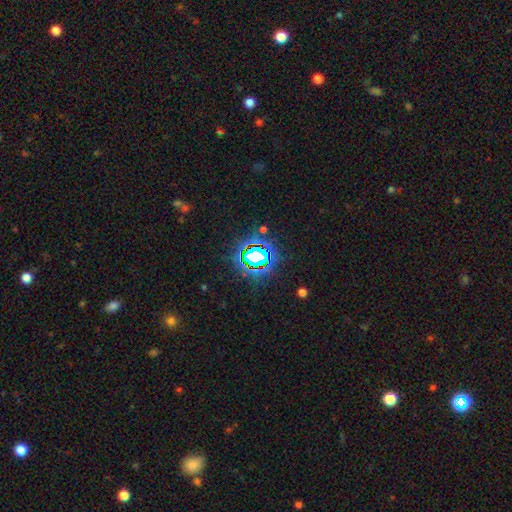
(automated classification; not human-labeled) Smooth or featured? Predicted: star or artifact (p=0.72).